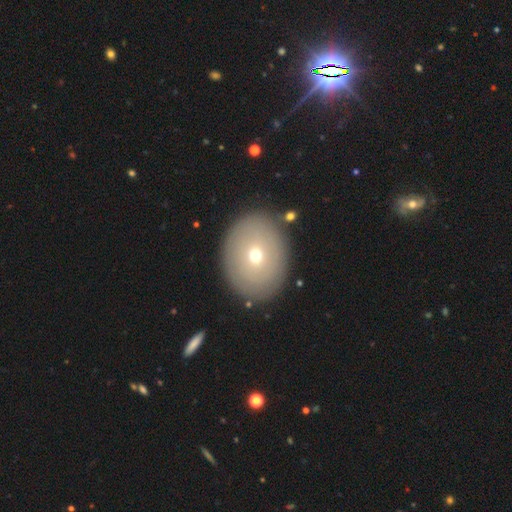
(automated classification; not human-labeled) A smooth galaxy with no disk features (60%) that is in between round and cigar-shaped (61%). Merging: none (85%).